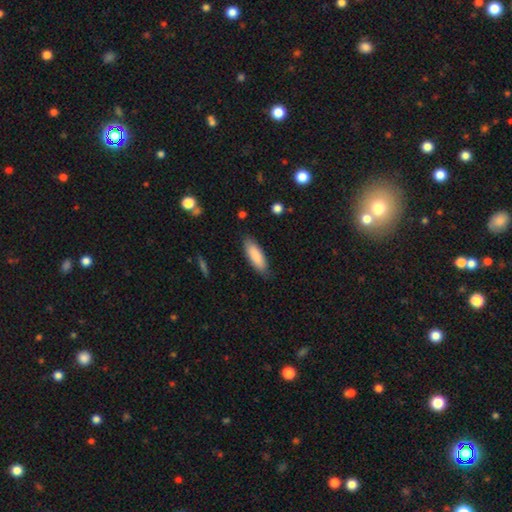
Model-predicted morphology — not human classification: type=smooth (87%); roundness=in between (58%); merging=none (84%).